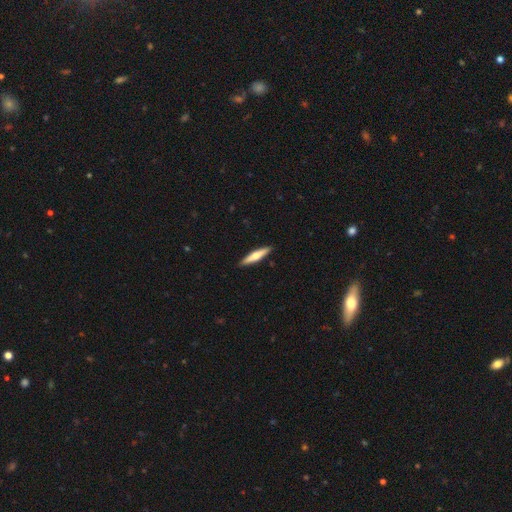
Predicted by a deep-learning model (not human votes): smooth_or_featured: smooth (p=0.52) [alt: featured or disk p=0.42]
how_rounded: cigar-shaped (p=0.86) [alt: in between p=0.12]
merging: none (p=0.91) [alt: minor disturbance p=0.07]